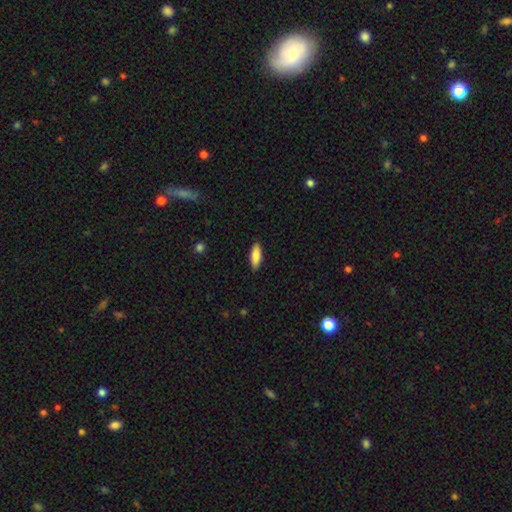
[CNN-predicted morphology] smooth-or-featured: smooth: 86% | featured or disk: 8% | star or artifact: 6%
  how-rounded: in between: 59% | cigar-shaped: 39% | round: 2%
  merging: none: 89% | minor disturbance: 8% | major disturbance: 2% | merger: 1%